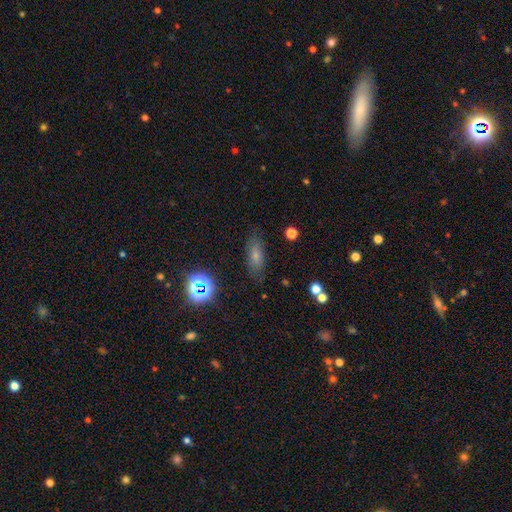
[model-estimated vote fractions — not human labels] Smooth or featured? Predicted: smooth (p=0.68). How rounded? Predicted: in between (p=0.70). Merging? Predicted: none (p=0.80).